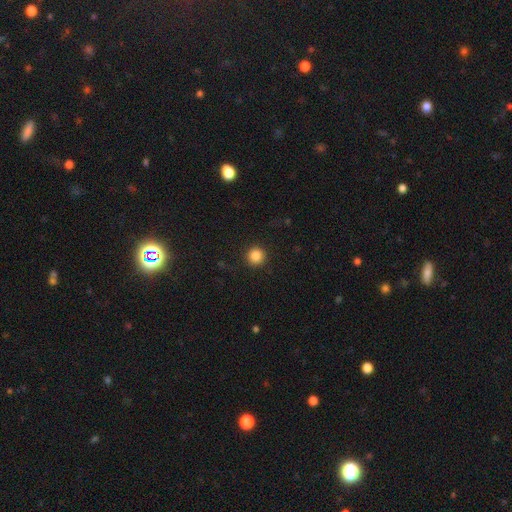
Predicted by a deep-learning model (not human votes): Smooth or featured? smooth (85%)
How rounded? round (95%)
Merging? none (91%)